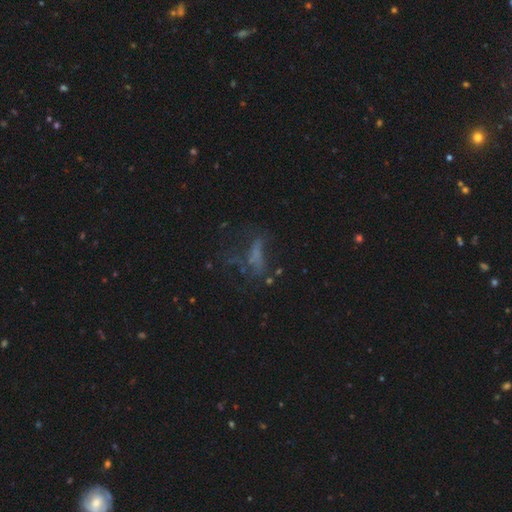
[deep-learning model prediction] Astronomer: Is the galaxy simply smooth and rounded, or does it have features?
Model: featured or disk — 38% (runner-up: smooth, 34%).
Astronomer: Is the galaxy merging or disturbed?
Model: none — 40% (runner-up: major disturbance, 36%).